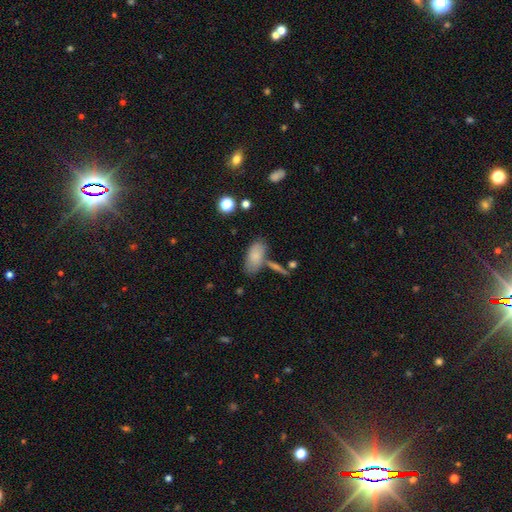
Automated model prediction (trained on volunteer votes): smooth-or-featured: smooth: 79% | featured or disk: 14% | star or artifact: 7%
  how-rounded: in between: 90% | cigar-shaped: 6% | round: 3%
  merging: none: 60% | minor disturbance: 18% | merger: 16% | major disturbance: 6%